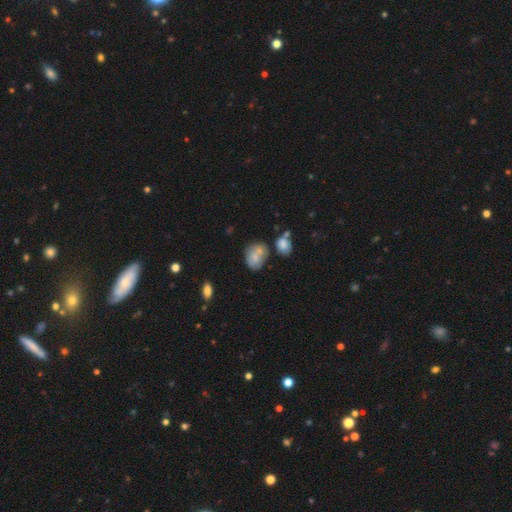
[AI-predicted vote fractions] Smooth or featured? Predicted: smooth (p=0.70). How rounded? Predicted: in between (p=0.56). Merging? Predicted: none (p=0.42).